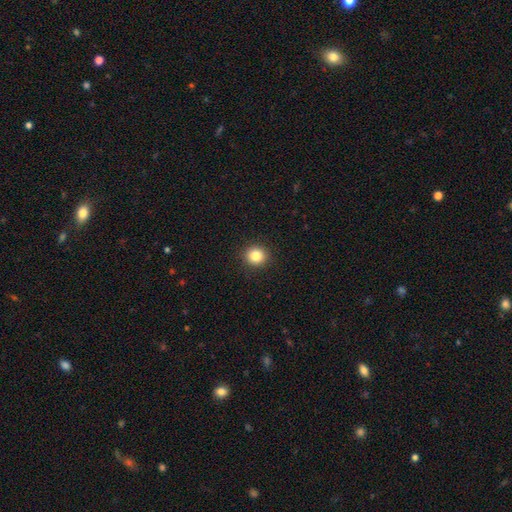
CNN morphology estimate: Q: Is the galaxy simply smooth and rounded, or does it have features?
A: smooth — 84%.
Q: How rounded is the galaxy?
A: round — 91%.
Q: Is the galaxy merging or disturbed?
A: none — 92%.